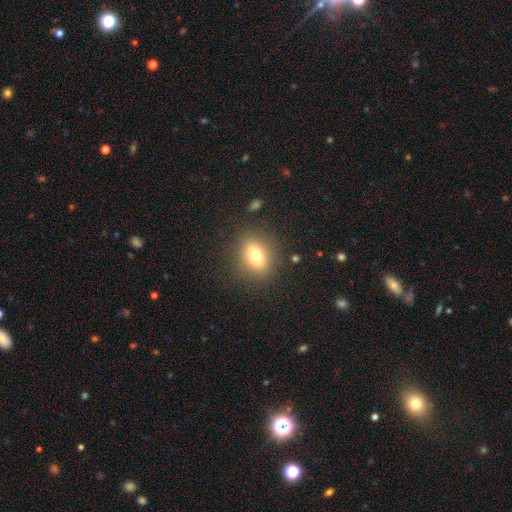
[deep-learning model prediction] Overall: smooth (74%). How rounded: in between (62%; round 35%). Merging: none (85%).